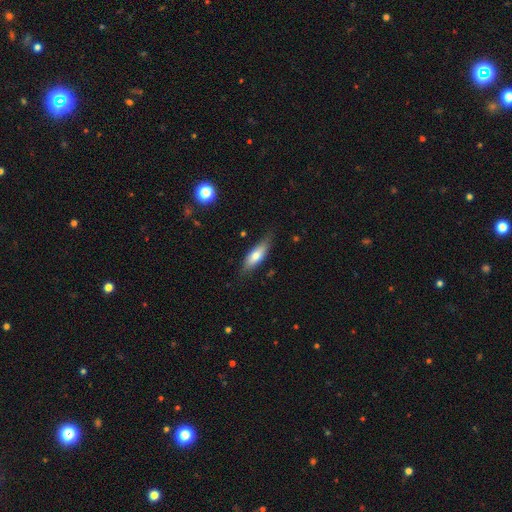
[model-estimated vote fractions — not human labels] A smooth galaxy with no disk features (69%) that is in between round and cigar-shaped (54%).

Vote fractions:
- Smooth or featured? smooth: 69% / featured or disk: 25% / star or artifact: 6%
- How rounded? in between: 54% / cigar-shaped: 44% / round: 2%
- Merging? none: 75% / minor disturbance: 20% / major disturbance: 4% / merger: 1%